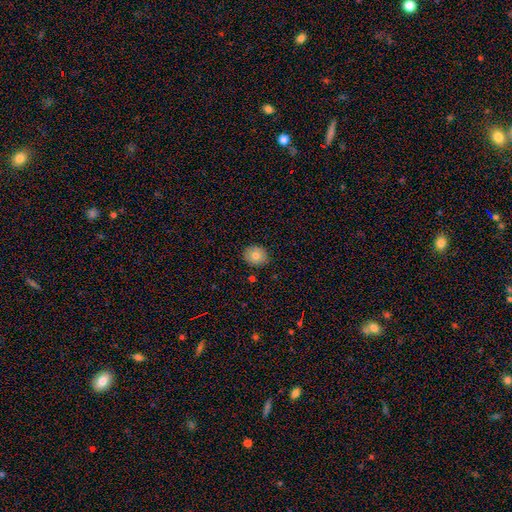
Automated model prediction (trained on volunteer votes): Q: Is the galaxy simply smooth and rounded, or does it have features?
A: smooth — 79%.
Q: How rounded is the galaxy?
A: round — 70%.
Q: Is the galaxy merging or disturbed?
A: none — 89%.